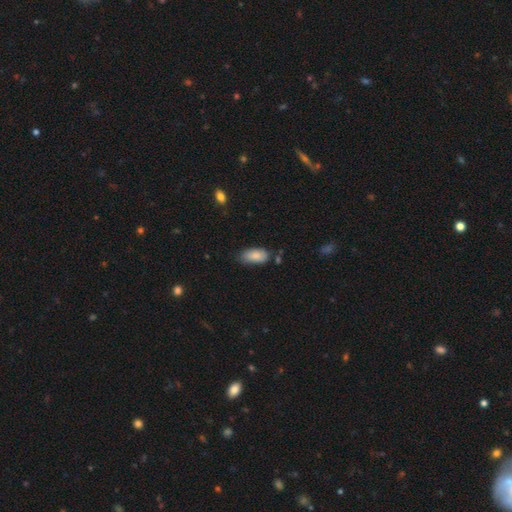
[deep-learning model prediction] Smooth or featured? smooth (85%)
How rounded? in between (92%)
Merging? none (62%)